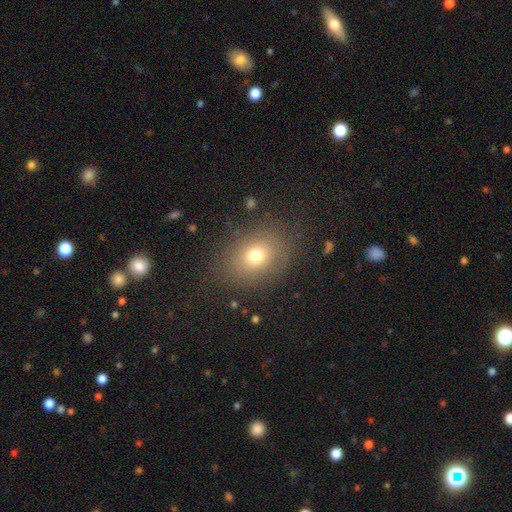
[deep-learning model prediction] Q: Smooth or featured?
A: smooth (72%); runner-up: star or artifact (16%)
Q: How rounded?
A: in between (53%); runner-up: round (46%)
Q: Merging?
A: none (82%); runner-up: minor disturbance (11%)